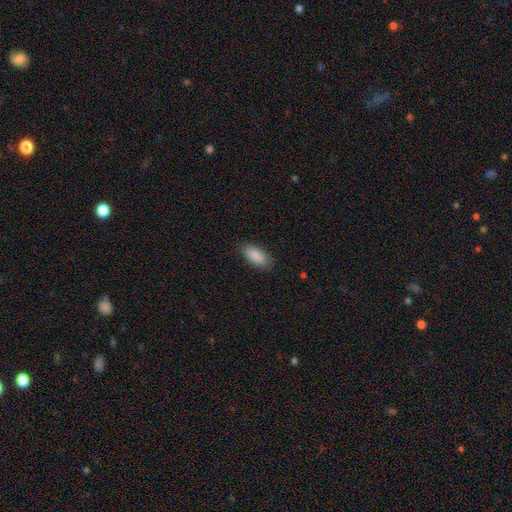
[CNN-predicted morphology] Overall: smooth (89%). How rounded: in between (87%). Merging: none (85%).